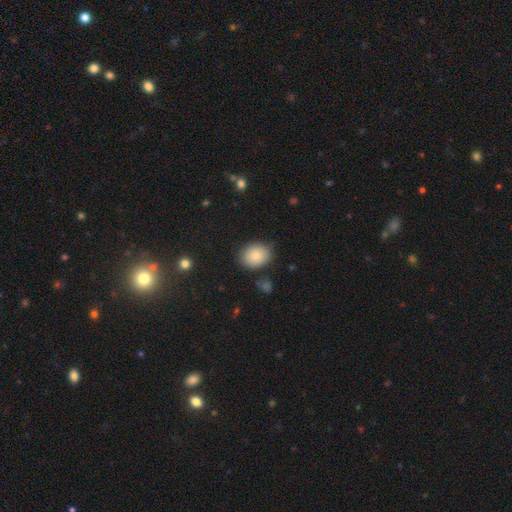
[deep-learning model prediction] smooth-or-featured: smooth: 85% | star or artifact: 8% | featured or disk: 7%
  how-rounded: in between: 50% | round: 49% | cigar-shaped: 1%
  merging: none: 81% | minor disturbance: 13% | major disturbance: 3% | merger: 3%